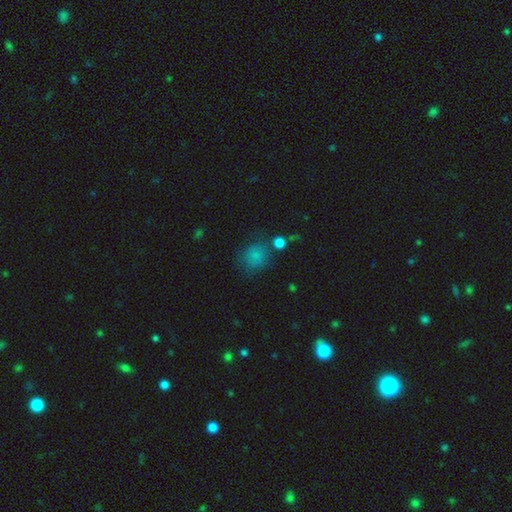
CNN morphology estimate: type=smooth (78%); roundness=round (74%); merging=none (65%).